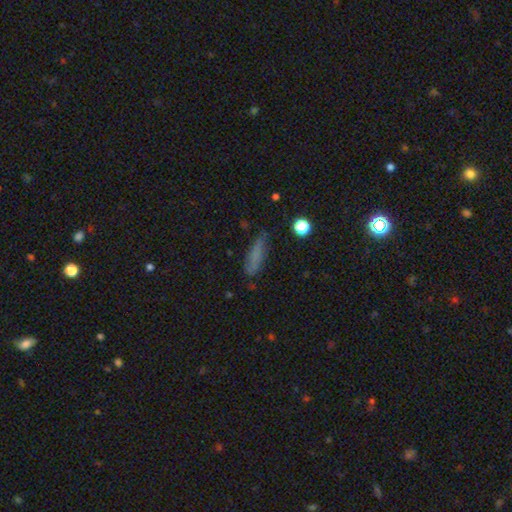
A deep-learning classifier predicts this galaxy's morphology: Smooth or featured?
  - smooth: 70% *
  - featured or disk: 16%
  - star or artifact: 14%
How rounded?
  - cigar-shaped: 64% *
  - in between: 33%
  - round: 3%
Merging?
  - none: 72% *
  - minor disturbance: 20%
  - major disturbance: 6%
  - merger: 2%